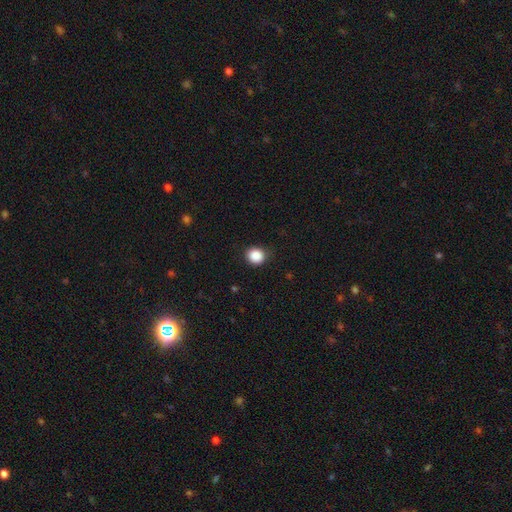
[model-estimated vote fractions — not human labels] smooth_or_featured: smooth (p=0.88) [alt: star or artifact p=0.09]
how_rounded: round (p=0.82) [alt: in between p=0.17]
merging: none (p=0.86) [alt: minor disturbance p=0.10]